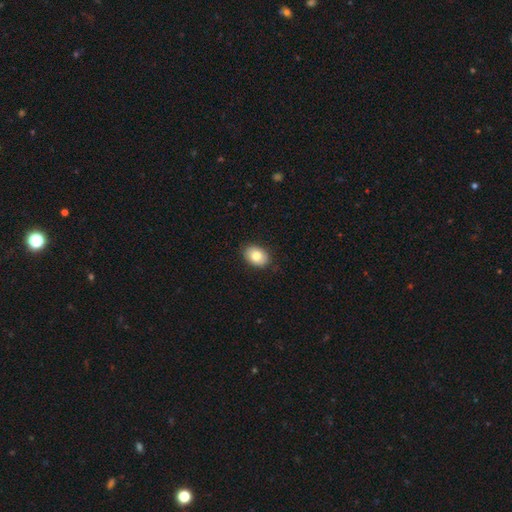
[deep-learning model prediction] Overall: smooth (80%). How rounded: in between (78%). Merging: none (88%).